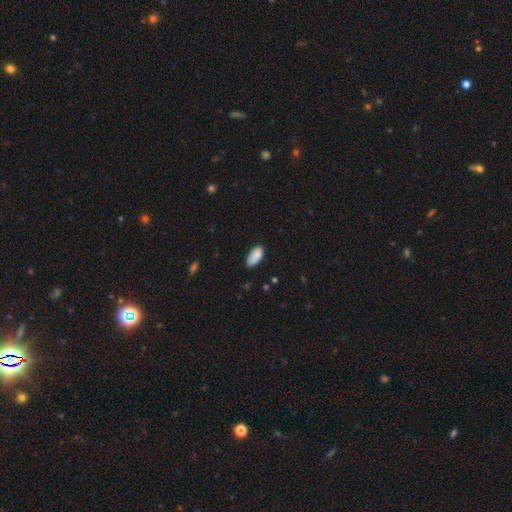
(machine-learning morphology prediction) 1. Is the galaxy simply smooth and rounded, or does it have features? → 84% smooth, 8% featured or disk, 8% star or artifact.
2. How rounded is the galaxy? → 91% in between, 6% cigar-shaped, 3% round.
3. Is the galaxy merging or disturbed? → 63% none, 27% minor disturbance, 6% major disturbance, 4% merger.